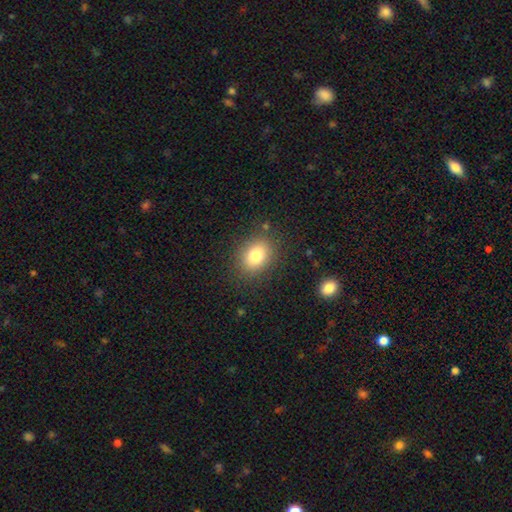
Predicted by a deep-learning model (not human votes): Morphology: type=smooth (80%); roundness=in between (57%); merging=none (84%).